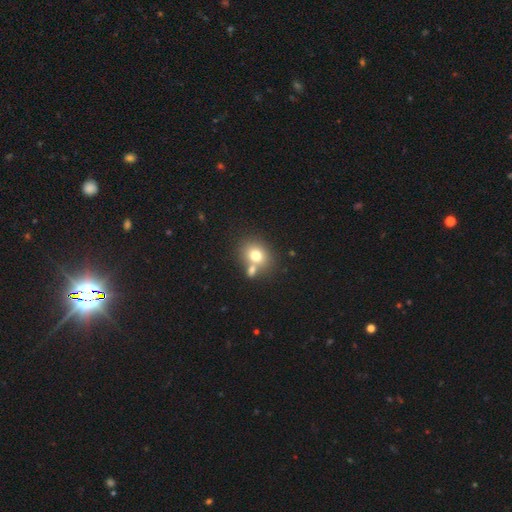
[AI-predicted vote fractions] The model was most divided on "merging": none: 52%, merger: 34%, minor disturbance: 10%, major disturbance: 4%. More confident: smooth or featured — smooth (74%); how rounded — round (58%).